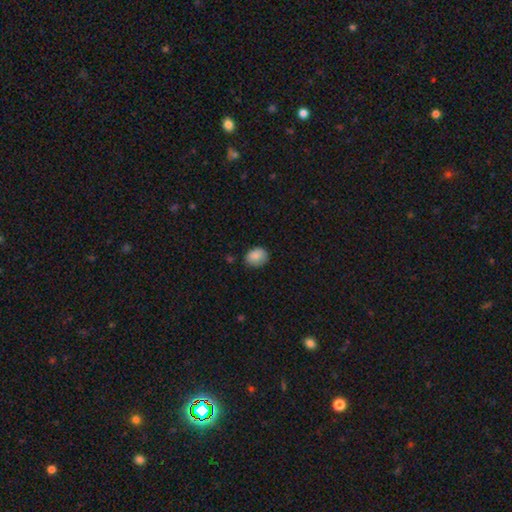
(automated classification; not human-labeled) Q: Smooth or featured?
A: smooth (87%); runner-up: star or artifact (8%)
Q: How rounded?
A: in between (55%); runner-up: round (44%)
Q: Merging?
A: none (75%); runner-up: minor disturbance (20%)